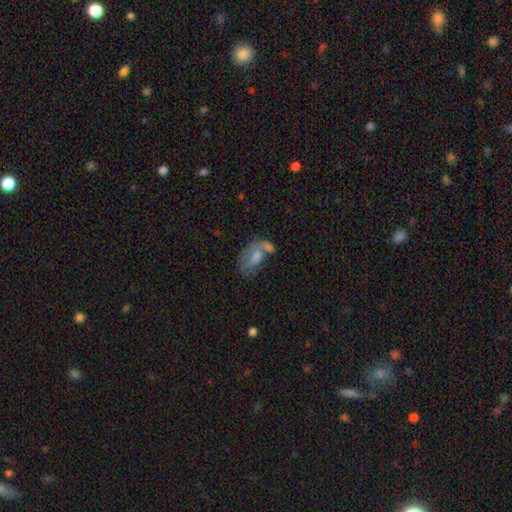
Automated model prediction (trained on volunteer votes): Overall: smooth (55%; featured or disk 33%). How rounded: in between (88%). Merging: none (38%; merger 30%).